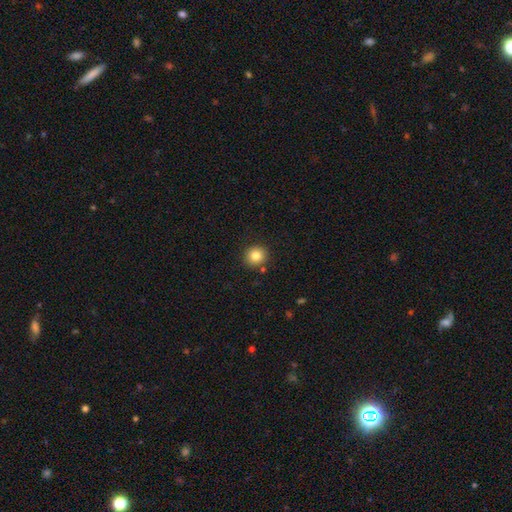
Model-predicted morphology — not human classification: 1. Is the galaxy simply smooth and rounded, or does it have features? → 83% smooth, 10% star or artifact, 7% featured or disk.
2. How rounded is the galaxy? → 92% round, 7% in between, 1% cigar-shaped.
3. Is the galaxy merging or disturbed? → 88% none, 7% minor disturbance, 3% merger, 2% major disturbance.